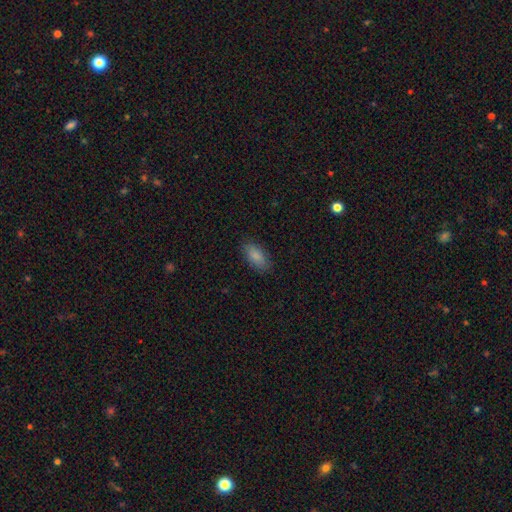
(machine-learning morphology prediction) Smooth or featured? Predicted: smooth (p=0.87). How rounded? Predicted: in between (p=0.91). Merging? Predicted: none (p=0.85).